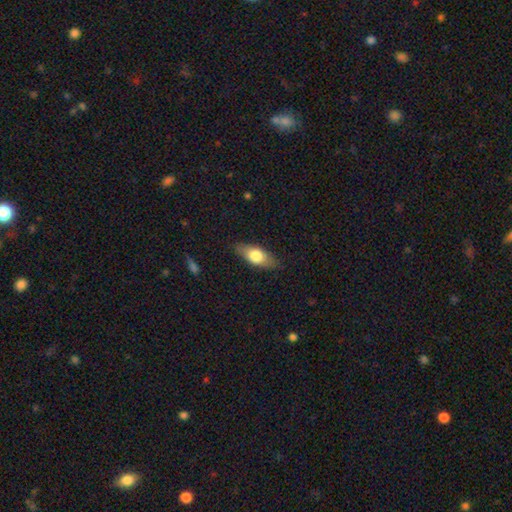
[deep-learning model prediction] smooth-or-featured: smooth: 69% | featured or disk: 25% | star or artifact: 6%
  how-rounded: in between: 79% | cigar-shaped: 16% | round: 4%
  merging: none: 83% | minor disturbance: 13% | major disturbance: 3% | merger: 1%